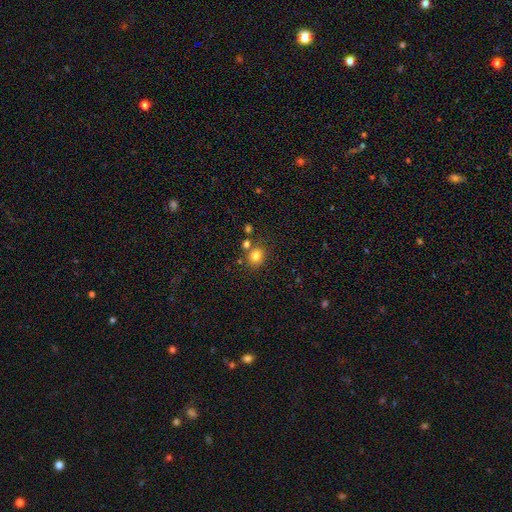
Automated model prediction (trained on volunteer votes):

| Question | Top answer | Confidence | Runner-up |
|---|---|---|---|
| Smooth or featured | smooth | 81% | star or artifact (13%) |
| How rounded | round | 76% | in between (24%) |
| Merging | none | 72% | merger (14%) |